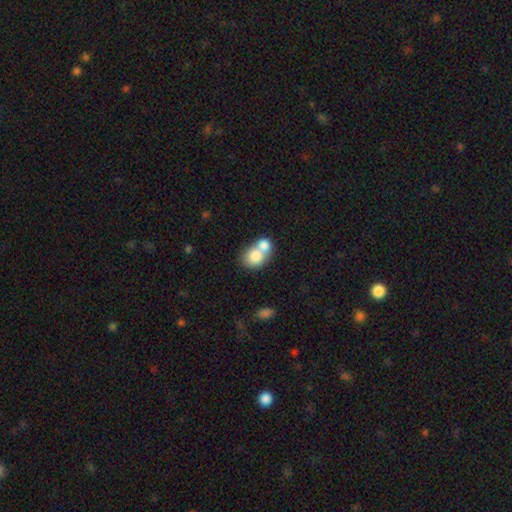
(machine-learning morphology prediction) type=smooth (78%); roundness=round (60%); merging=merger (68%).